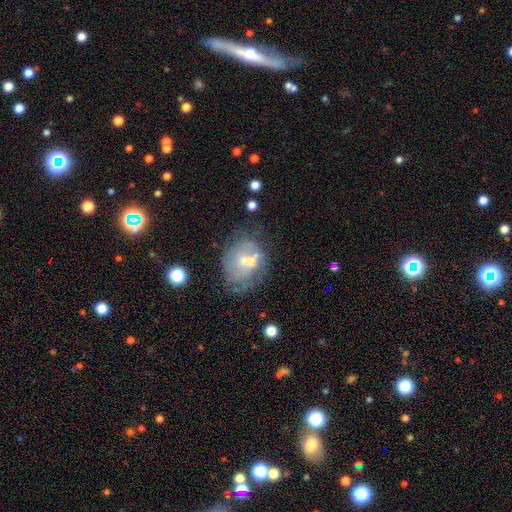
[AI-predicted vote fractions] Smooth or featured? Predicted: featured or disk (p=0.60). Edge-on disk? Predicted: no (p=0.89). Bar? Predicted: no (p=0.54). Spiral arms? Predicted: yes (p=0.73). Bulge size? Predicted: moderate (p=0.51). Merging? Predicted: none (p=0.76).